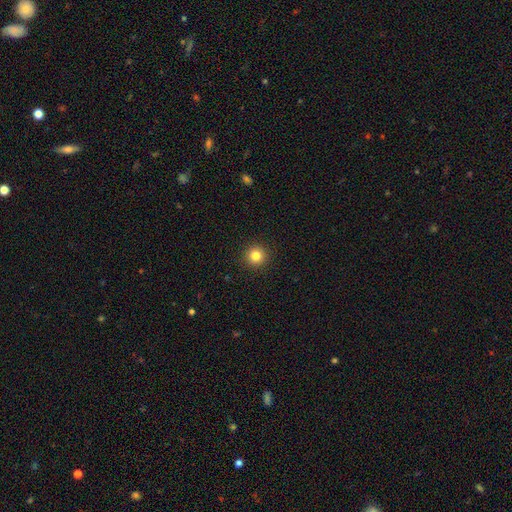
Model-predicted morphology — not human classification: Smooth or featured?
  - smooth: 83% *
  - star or artifact: 12%
  - featured or disk: 6%
How rounded?
  - round: 95% *
  - in between: 4%
  - cigar-shaped: 1%
Merging?
  - none: 93% *
  - minor disturbance: 4%
  - major disturbance: 2%
  - merger: 1%